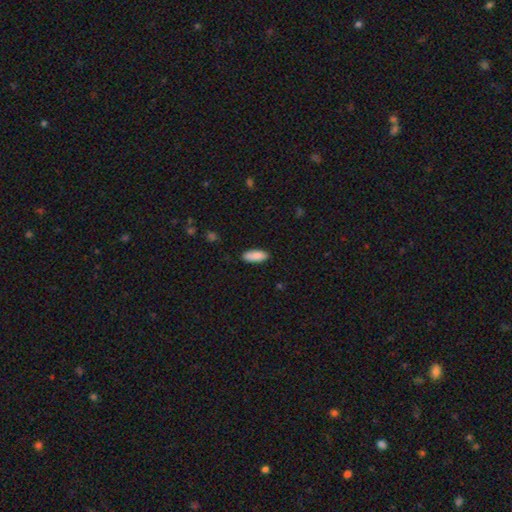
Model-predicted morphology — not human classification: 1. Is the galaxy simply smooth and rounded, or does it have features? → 89% smooth, 6% star or artifact, 5% featured or disk.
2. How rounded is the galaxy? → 77% in between, 21% cigar-shaped, 2% round.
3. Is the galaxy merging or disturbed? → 87% none, 10% minor disturbance, 2% major disturbance, 1% merger.